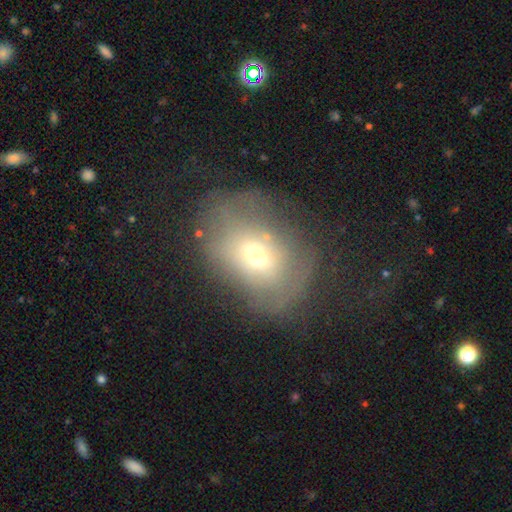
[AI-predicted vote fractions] This is possibly a smooth galaxy (54%). How rounded: likely in between (63%). Merging: marginally none (44%).